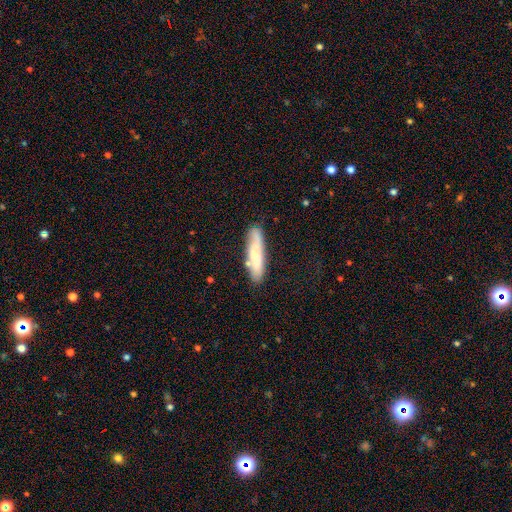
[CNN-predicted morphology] Smooth or featured? Predicted: smooth (p=0.61). How rounded? Predicted: cigar-shaped (p=0.76). Merging? Predicted: none (p=0.77).